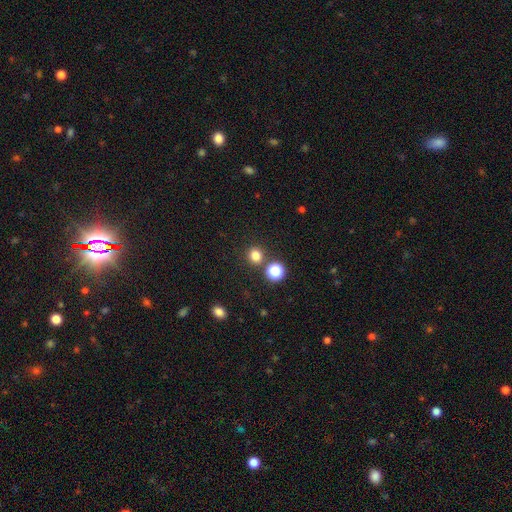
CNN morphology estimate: smooth 79%, star or artifact 17%, featured or disk 5%. Down the decision tree: how rounded — round (88%); merging — none (83%).